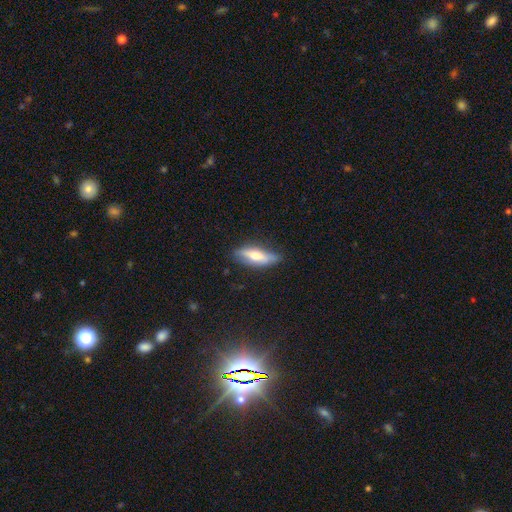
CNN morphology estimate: Smooth or featured? smooth (53%)
How rounded? in between (51%)
Merging? none (75%)